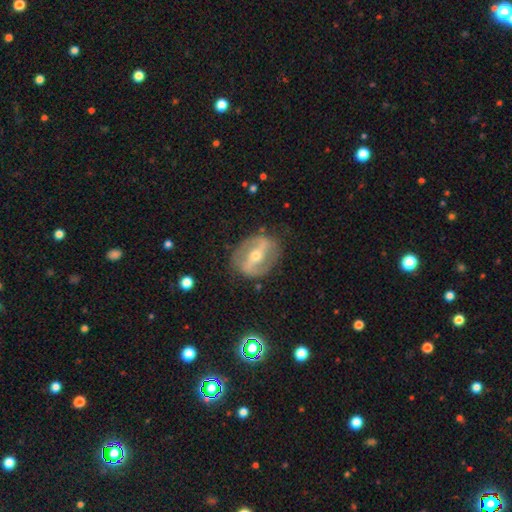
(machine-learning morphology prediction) Smooth or featured? Predicted: featured or disk (p=0.82). Edge-on disk? Predicted: no (p=0.94). Bar? Predicted: strong (p=0.63). Spiral arms? Predicted: yes (p=0.77). Spiral winding? Predicted: medium (p=0.43). Spiral arm count? Predicted: 2 (p=0.88). Bulge size? Predicted: moderate (p=0.56). Merging? Predicted: none (p=0.81).